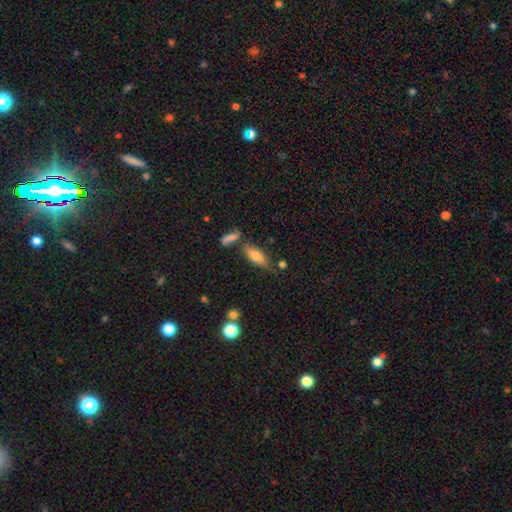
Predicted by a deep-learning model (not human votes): smooth_or_featured: smooth (p=0.71) [alt: featured or disk p=0.20]
how_rounded: in between (p=0.66) [alt: cigar-shaped p=0.32]
merging: none (p=0.64) [alt: minor disturbance p=0.16]